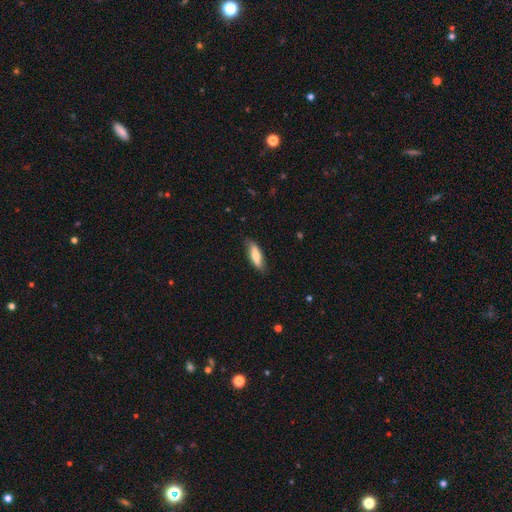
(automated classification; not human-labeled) Q: Smooth or featured?
A: smooth (67%); runner-up: featured or disk (28%)
Q: How rounded?
A: in between (51%); runner-up: cigar-shaped (47%)
Q: Merging?
A: none (80%); runner-up: minor disturbance (17%)